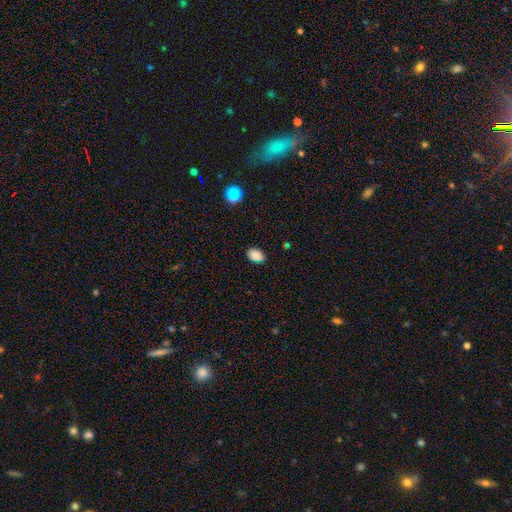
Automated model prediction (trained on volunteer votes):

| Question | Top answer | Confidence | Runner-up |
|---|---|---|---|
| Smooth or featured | smooth | 86% | star or artifact (10%) |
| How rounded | in between | 80% | round (19%) |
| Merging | none | 83% | minor disturbance (13%) |